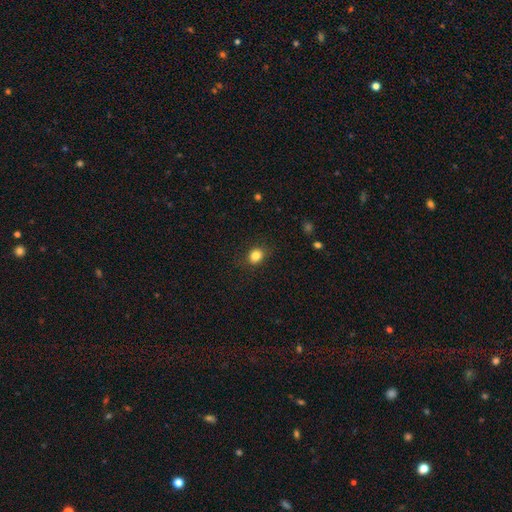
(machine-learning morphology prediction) Q: Smooth or featured?
A: smooth (83%); runner-up: star or artifact (11%)
Q: How rounded?
A: round (64%); runner-up: in between (35%)
Q: Merging?
A: none (86%); runner-up: minor disturbance (10%)